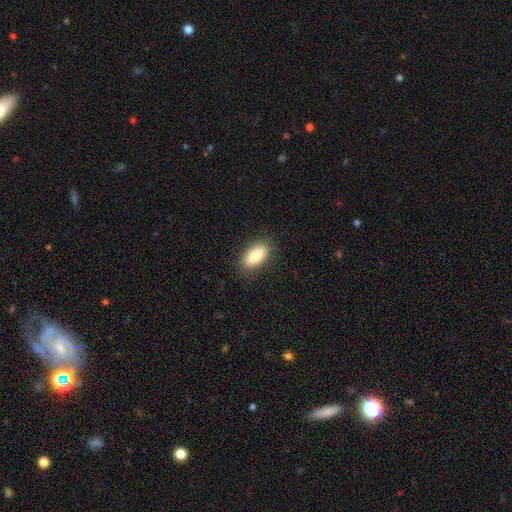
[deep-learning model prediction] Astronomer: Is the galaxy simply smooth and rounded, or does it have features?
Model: smooth — 83%.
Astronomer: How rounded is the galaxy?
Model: in between — 89%.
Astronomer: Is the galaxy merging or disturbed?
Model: none — 87%.